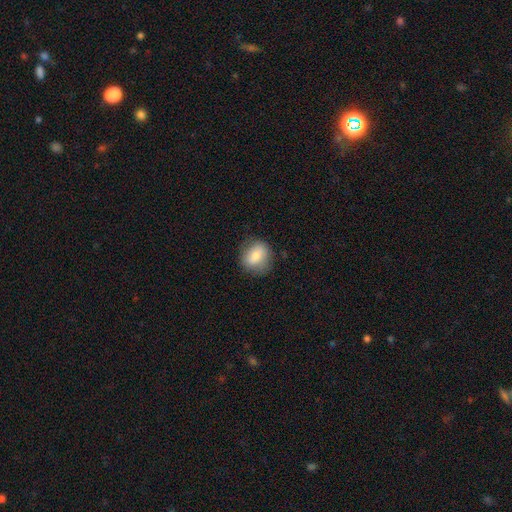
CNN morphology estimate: A smooth galaxy with no disk features (79%) that is round (61%).

Vote fractions:
- Smooth or featured? smooth: 79% / featured or disk: 14% / star or artifact: 8%
- How rounded? round: 61% / in between: 38% / cigar-shaped: 1%
- Merging? none: 78% / minor disturbance: 16% / major disturbance: 5% / merger: 1%